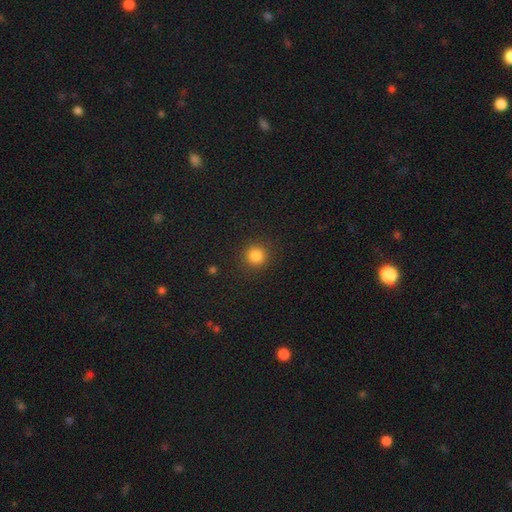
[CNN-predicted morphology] Smooth or featured: smooth — 85% (star or artifact — 12%)
How rounded: round — 93% (in between — 6%)
Merging: none — 90% (minor disturbance — 6%)